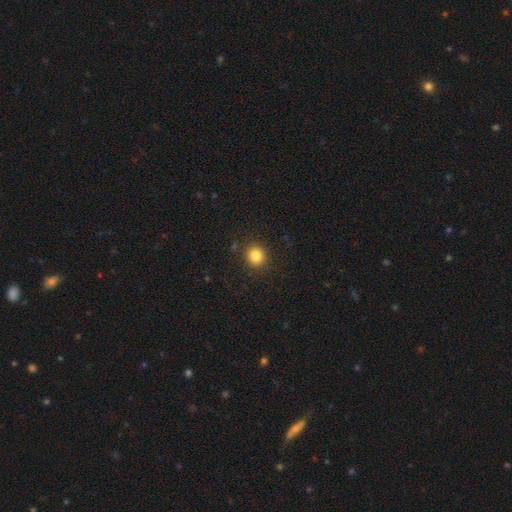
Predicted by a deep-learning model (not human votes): smooth 83%, star or artifact 11%, featured or disk 6%. Down the decision tree: how rounded — round (85%); merging — none (89%).